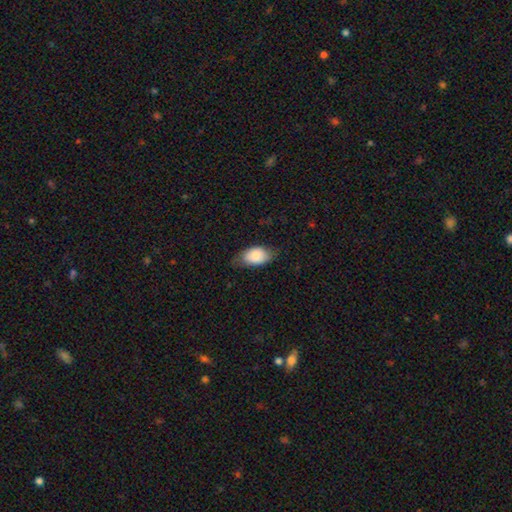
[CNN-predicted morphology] A smooth galaxy with no disk features (82%) that is in between round and cigar-shaped (91%).

Vote fractions:
- Smooth or featured? smooth: 82% / featured or disk: 12% / star or artifact: 7%
- How rounded? in between: 91% / round: 7% / cigar-shaped: 2%
- Merging? none: 68% / minor disturbance: 26% / major disturbance: 6% / merger: 1%